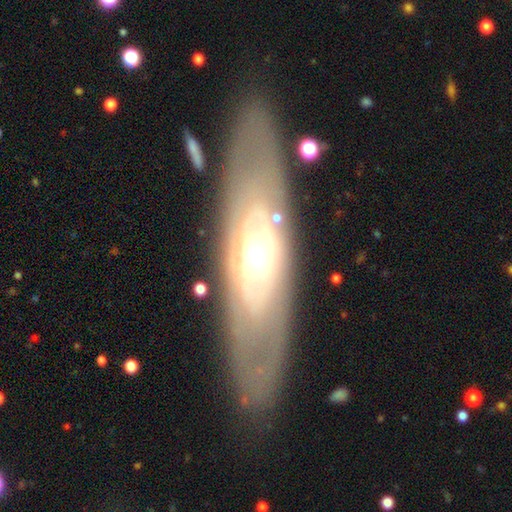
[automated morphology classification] smooth-or-featured: featured or disk: 68% | smooth: 25% | star or artifact: 7%
  disk-edge-on: no: 70% | yes: 30%
  merging: none: 83% | minor disturbance: 11% | major disturbance: 4% | merger: 2%